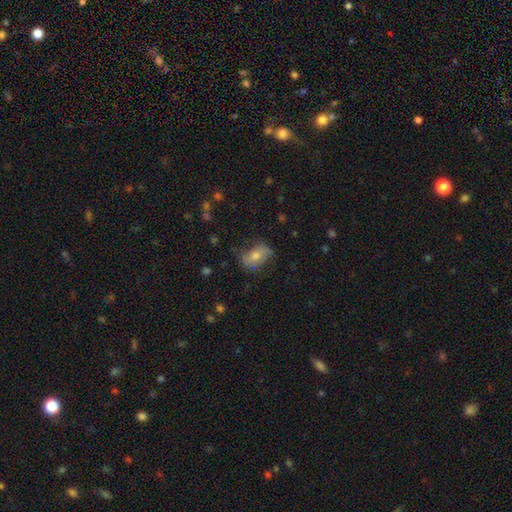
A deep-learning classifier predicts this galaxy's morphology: This appears to be a smooth galaxy with no disk features (48%). Merging: none (68%).